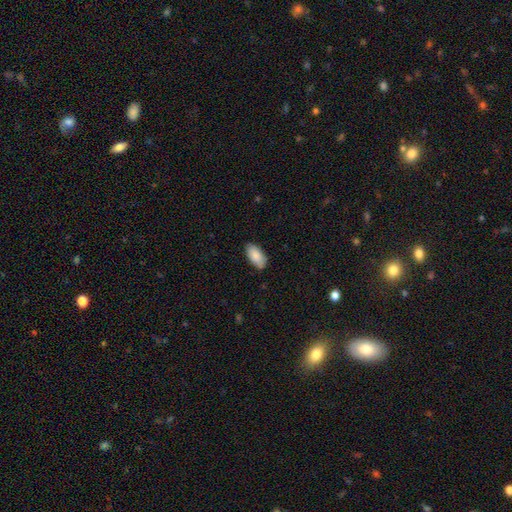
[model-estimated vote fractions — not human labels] Overall: smooth (87%). How rounded: in between (94%). Merging: none (83%).